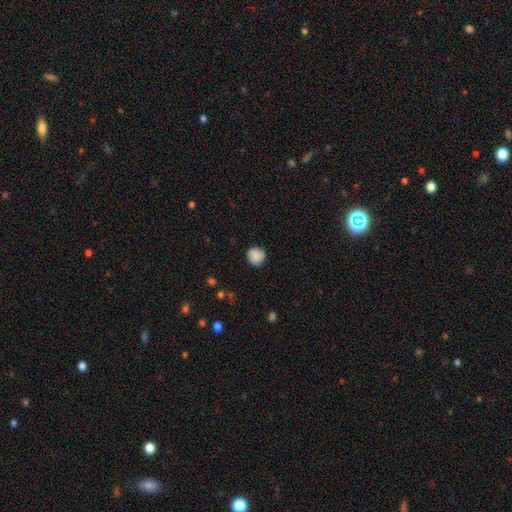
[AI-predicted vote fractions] Q: Smooth or featured?
A: smooth (81%); runner-up: featured or disk (11%)
Q: How rounded?
A: round (88%); runner-up: in between (11%)
Q: Merging?
A: none (77%); runner-up: minor disturbance (18%)